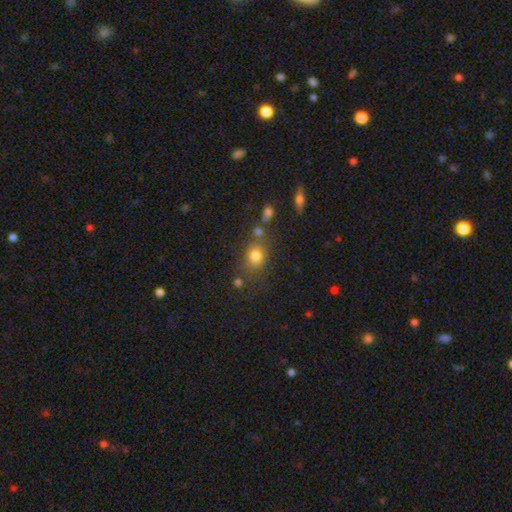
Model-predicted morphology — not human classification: Smooth or featured? Predicted: smooth (p=0.76). How rounded? Predicted: round (p=0.65). Merging? Predicted: none (p=0.65).